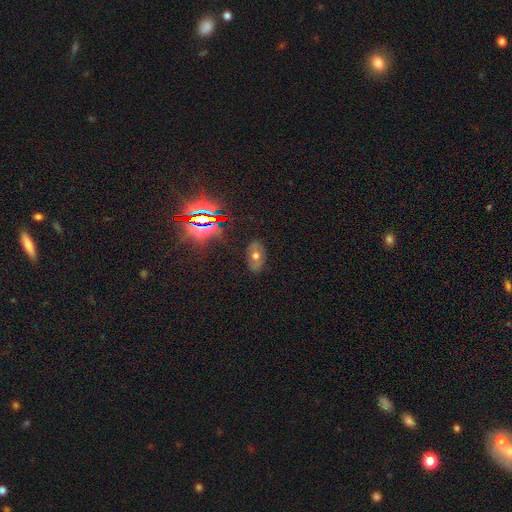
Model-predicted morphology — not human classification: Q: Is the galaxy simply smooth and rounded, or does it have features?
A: smooth — 38%.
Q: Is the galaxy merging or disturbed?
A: none — 83%.